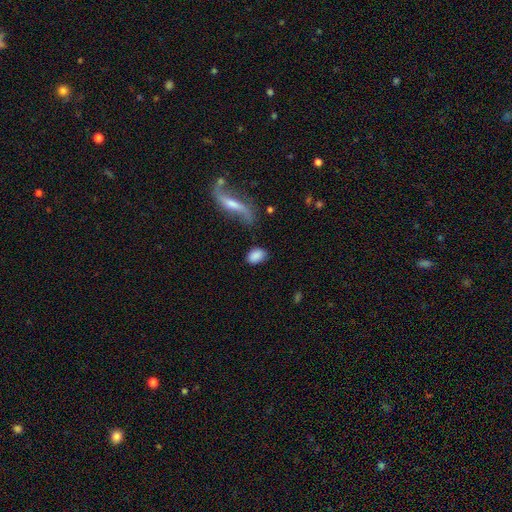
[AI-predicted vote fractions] Smooth or featured?
  - smooth: 85% *
  - featured or disk: 9%
  - star or artifact: 7%
How rounded?
  - in between: 84% *
  - round: 13%
  - cigar-shaped: 3%
Merging?
  - none: 72% *
  - minor disturbance: 16%
  - major disturbance: 6%
  - merger: 6%